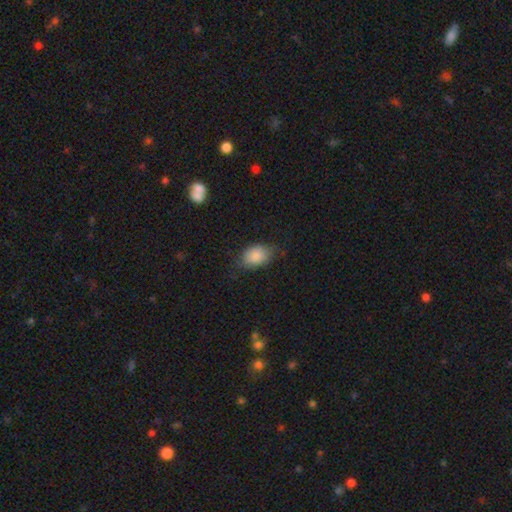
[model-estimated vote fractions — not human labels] A smooth galaxy with no disk features (85%) that is in between round and cigar-shaped (78%).

Vote fractions:
- Smooth or featured? smooth: 85% / star or artifact: 8% / featured or disk: 7%
- How rounded? in between: 78% / round: 21% / cigar-shaped: 1%
- Merging? none: 69% / minor disturbance: 23% / major disturbance: 7% / merger: 1%